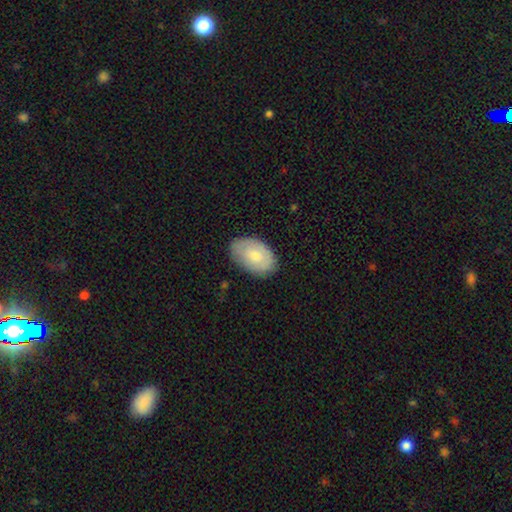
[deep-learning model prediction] The model was most divided on "smooth or featured": smooth: 67%, featured or disk: 27%, star or artifact: 6%. More confident: how rounded — in between (90%); merging — none (79%).